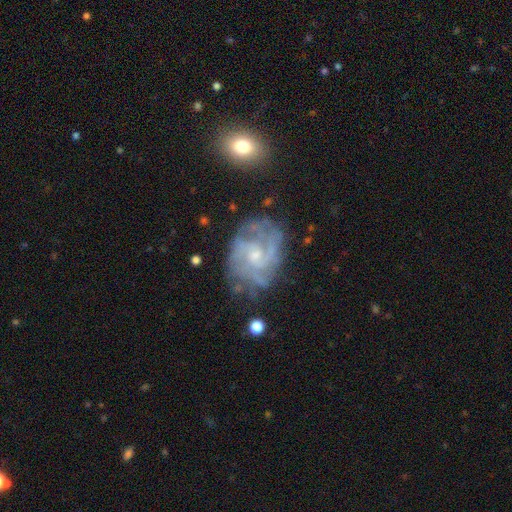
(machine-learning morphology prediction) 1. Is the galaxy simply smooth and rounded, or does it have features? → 84% featured or disk, 9% smooth, 7% star or artifact.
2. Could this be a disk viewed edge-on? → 98% no, 2% yes.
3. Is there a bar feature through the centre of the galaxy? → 62% no, 33% weak, 5% strong.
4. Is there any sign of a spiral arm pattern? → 92% yes, 8% no.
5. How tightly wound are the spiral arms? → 46% tight, 41% medium, 12% loose.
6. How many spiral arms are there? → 32% can't tell, 26% 2, 21% 3, 10% 4, 5% 1, 5% more than 4.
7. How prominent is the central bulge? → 59% small, 33% moderate, 5% none, 2% large, 1% dominant.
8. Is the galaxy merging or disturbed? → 63% none, 21% minor disturbance, 12% major disturbance, 3% merger.